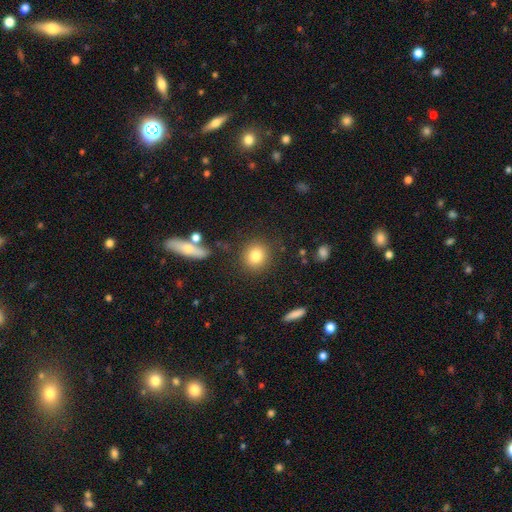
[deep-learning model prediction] smooth_or_featured: smooth (p=0.82) [alt: star or artifact p=0.10]
how_rounded: round (p=0.82) [alt: in between p=0.16]
merging: none (p=0.86) [alt: minor disturbance p=0.08]